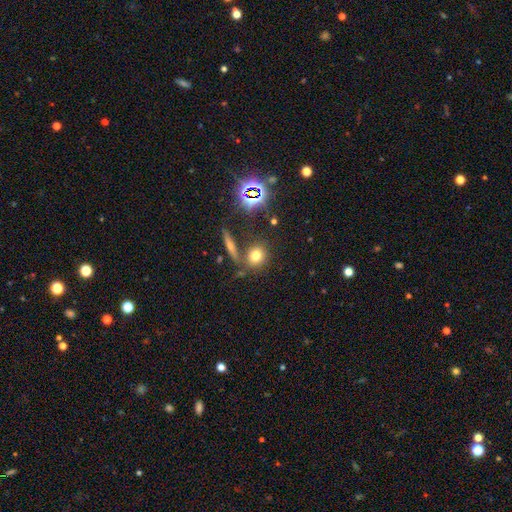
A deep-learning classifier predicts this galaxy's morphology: smooth 68%, star or artifact 21%, featured or disk 12%. Down the decision tree: how rounded — round (76%); merging — none (73%).